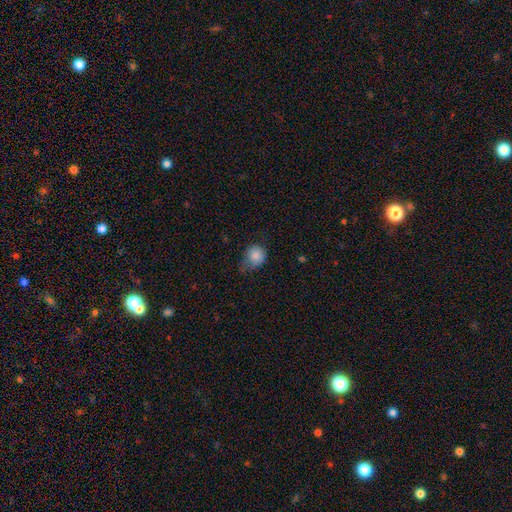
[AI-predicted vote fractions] smooth_or_featured: smooth (p=0.83) [alt: star or artifact p=0.10]
how_rounded: round (p=0.75) [alt: in between p=0.24]
merging: minor disturbance (p=0.42) [alt: none p=0.41]